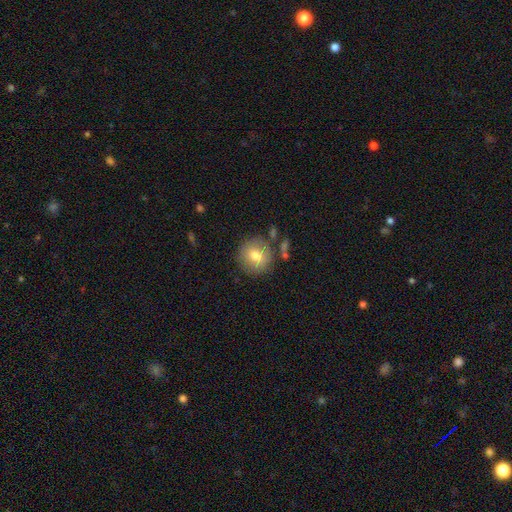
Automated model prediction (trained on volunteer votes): The model was most divided on "smooth or featured": smooth: 75%, featured or disk: 16%, star or artifact: 9%. More confident: how rounded — round (92%); merging — none (80%).